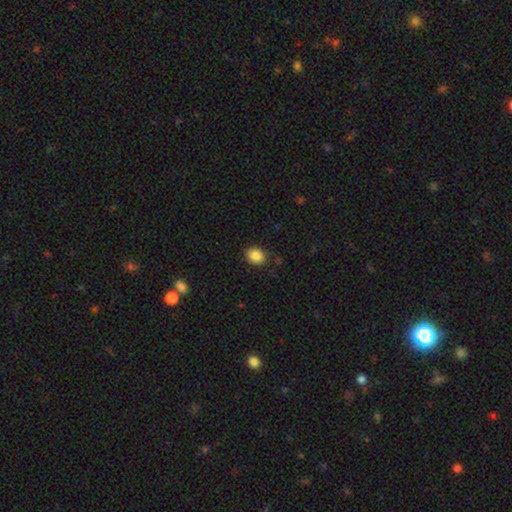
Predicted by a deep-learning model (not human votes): A smooth galaxy with no disk features (86%) that is round (50%). Merging: none (86%).